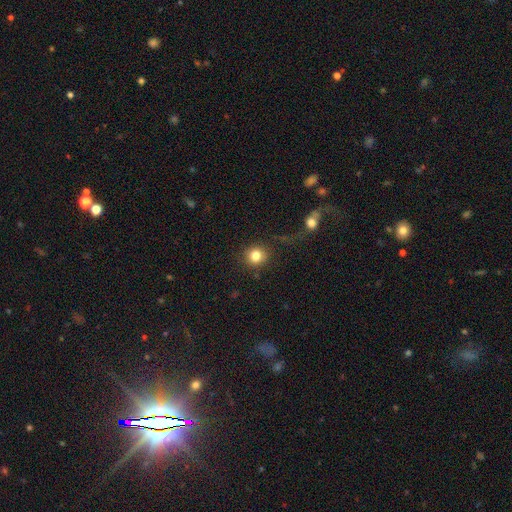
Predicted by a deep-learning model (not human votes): smooth-or-featured: smooth: 83% | star or artifact: 10% | featured or disk: 7%
  how-rounded: round: 87% | in between: 11% | cigar-shaped: 1%
  merging: none: 79% | minor disturbance: 9% | major disturbance: 7% | merger: 5%